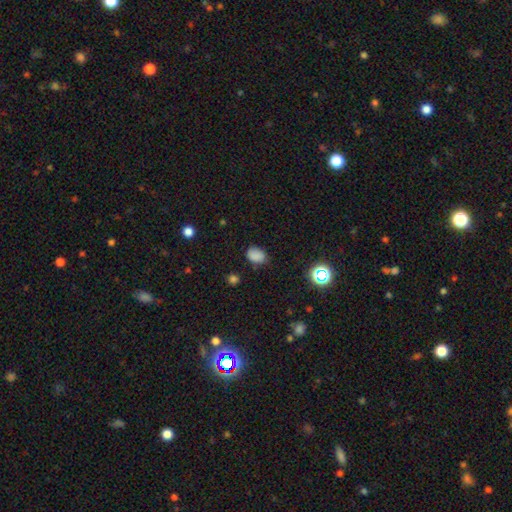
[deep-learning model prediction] Overall: smooth (80%). How rounded: in between (74%). Merging: none (73%).